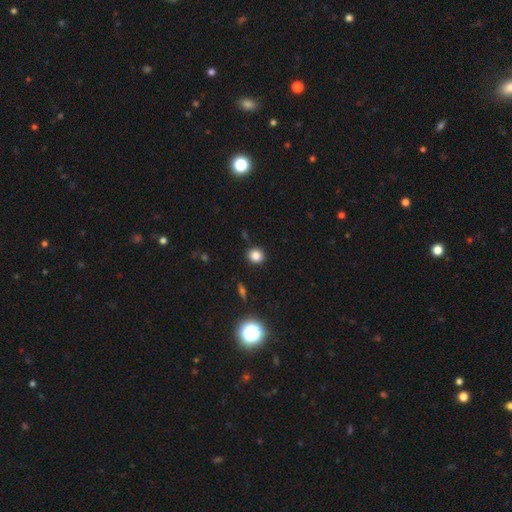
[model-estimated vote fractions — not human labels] This is clearly a smooth galaxy (82%). How rounded: clearly round (81%). Merging: clearly none (87%).